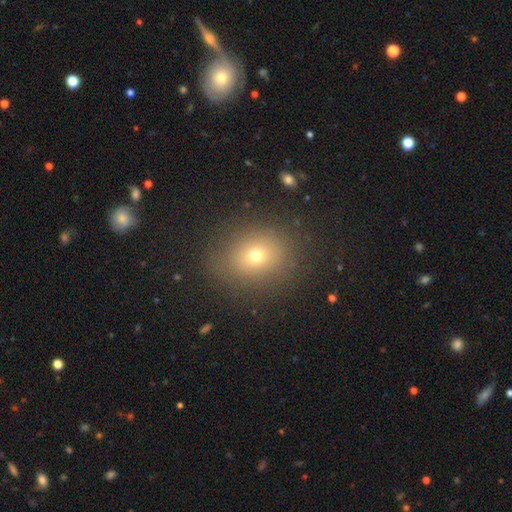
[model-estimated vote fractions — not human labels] This appears to be a smooth galaxy with no disk features (68%) that is round (61%). Merging: none (85%).